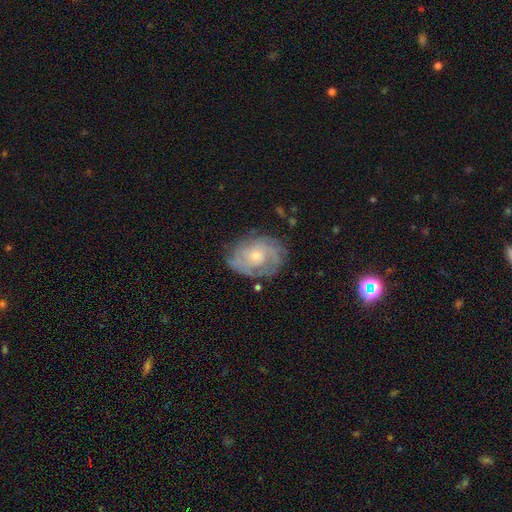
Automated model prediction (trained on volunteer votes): Morphology: type=featured or disk (75%); edge-on=no (97%); bar=no (76%); spiral arms=yes (88%); winding=tight (58%); arm count=can't tell (42%); bulge=small (51%); merging=none (71%).